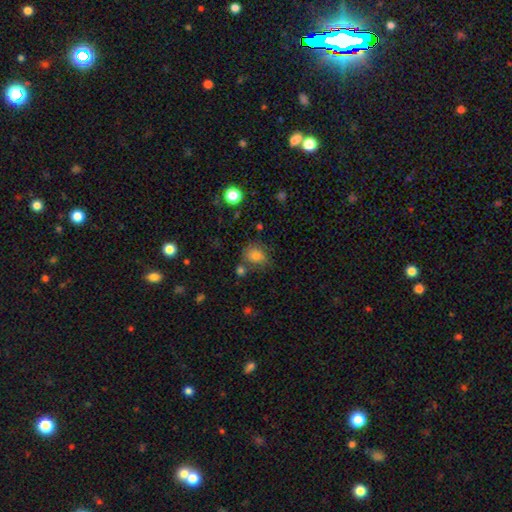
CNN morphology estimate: A smooth galaxy with no disk features (79%) that is round (58%).

Vote fractions:
- Smooth or featured? smooth: 79% / star or artifact: 12% / featured or disk: 9%
- How rounded? round: 58% / in between: 41% / cigar-shaped: 1%
- Merging? none: 65% / minor disturbance: 18% / merger: 11% / major disturbance: 6%